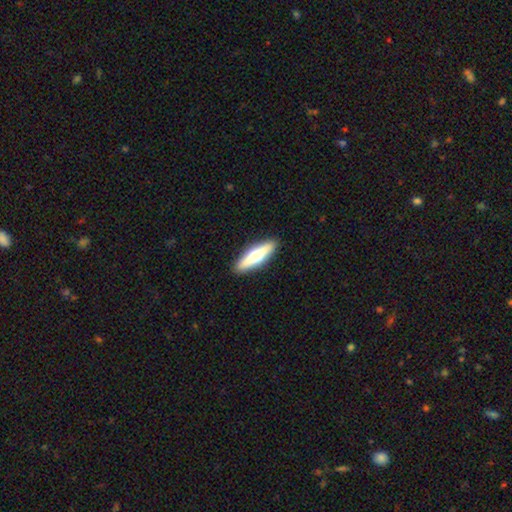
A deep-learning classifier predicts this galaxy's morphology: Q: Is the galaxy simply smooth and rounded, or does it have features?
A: smooth — 53%.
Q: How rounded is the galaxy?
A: cigar-shaped — 69%.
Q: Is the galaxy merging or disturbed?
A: none — 91%.